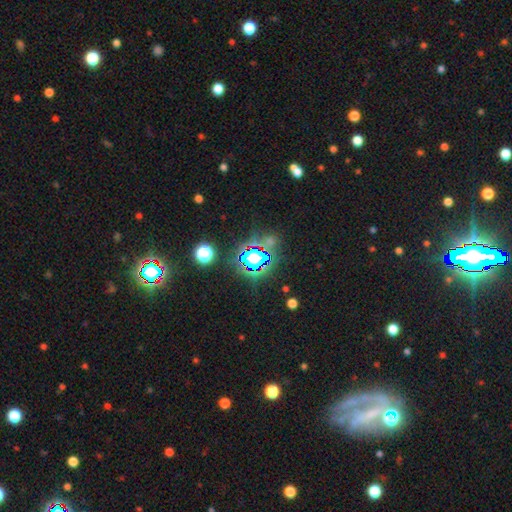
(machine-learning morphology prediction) Smooth or featured?
  - star or artifact: 75% *
  - smooth: 16%
  - featured or disk: 9%